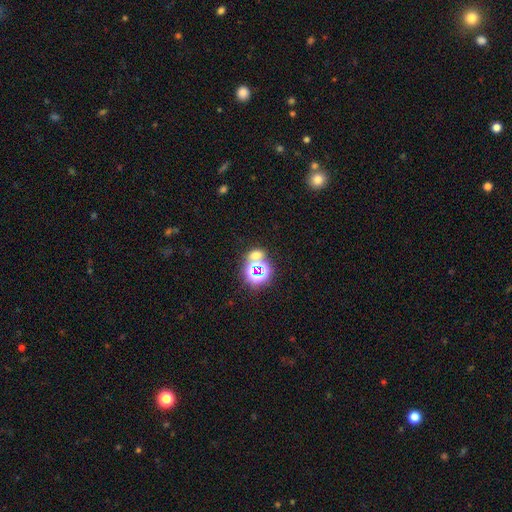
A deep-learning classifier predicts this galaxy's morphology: smooth_or_featured: star or artifact (p=0.52) [alt: smooth p=0.38]